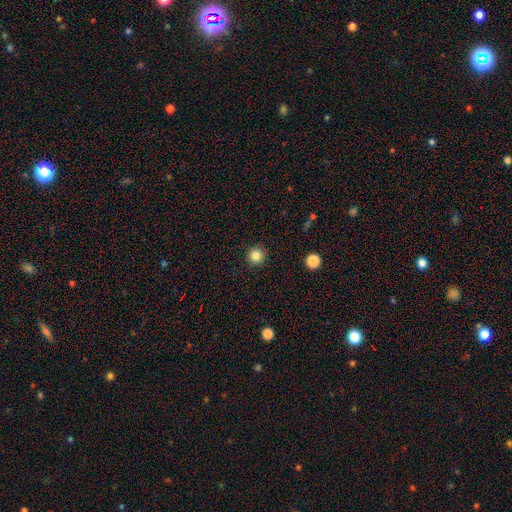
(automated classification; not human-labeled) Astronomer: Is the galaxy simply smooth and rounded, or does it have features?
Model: smooth — 84%.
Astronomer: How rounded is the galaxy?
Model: round — 95%.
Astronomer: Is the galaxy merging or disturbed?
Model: none — 92%.